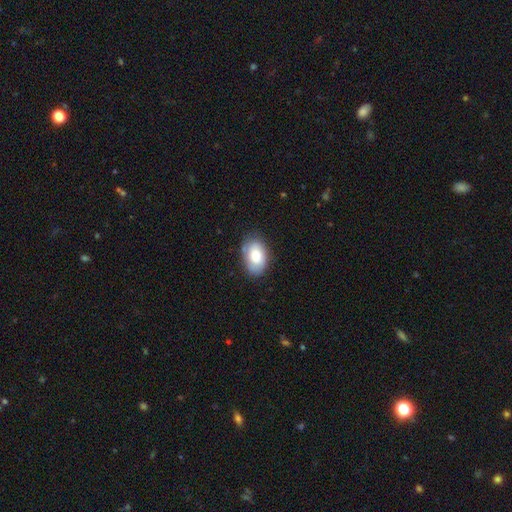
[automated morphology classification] A smooth galaxy with no disk features (75%) that is in between round and cigar-shaped (91%). Merging: none (76%).